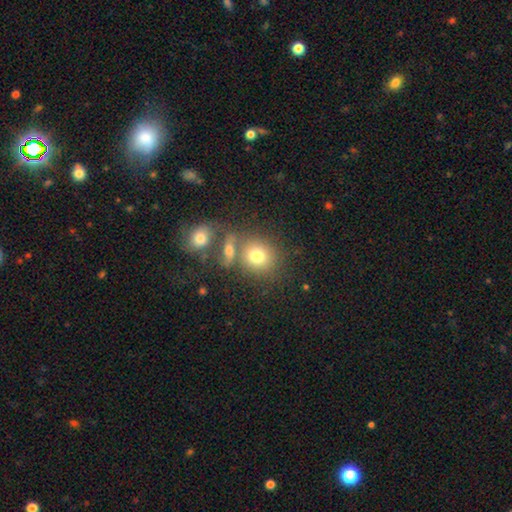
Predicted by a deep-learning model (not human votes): Smooth or featured?
  - smooth: 71% *
  - star or artifact: 16%
  - featured or disk: 13%
How rounded?
  - round: 72% *
  - in between: 26%
  - cigar-shaped: 1%
Merging?
  - none: 54% *
  - merger: 30%
  - minor disturbance: 11%
  - major disturbance: 5%